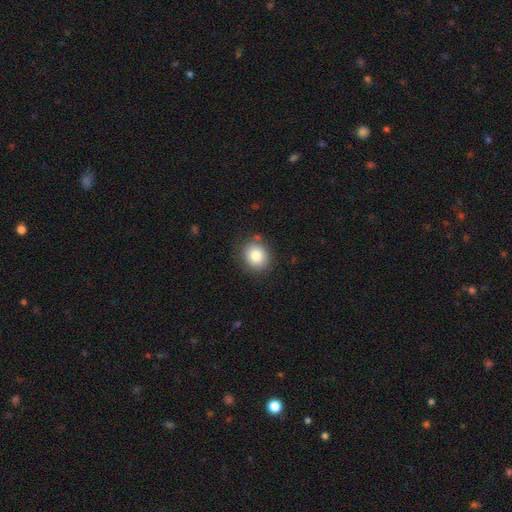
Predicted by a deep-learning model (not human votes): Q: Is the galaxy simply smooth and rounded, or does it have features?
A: smooth — 81%.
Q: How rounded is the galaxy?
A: round — 74%.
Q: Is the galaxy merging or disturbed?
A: none — 83%.